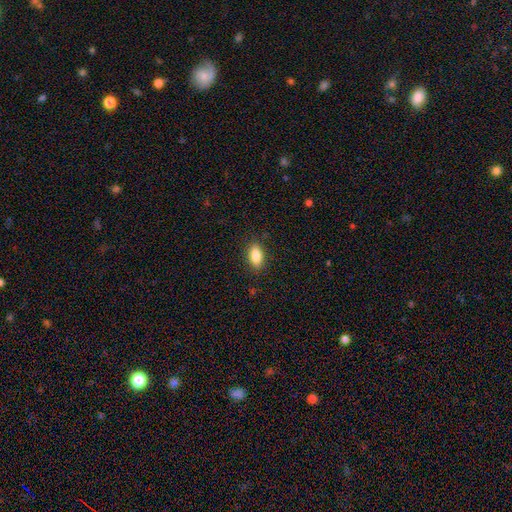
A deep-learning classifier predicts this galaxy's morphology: This is clearly a smooth galaxy (85%). How rounded: clearly in between (89%). Merging: clearly none (88%).